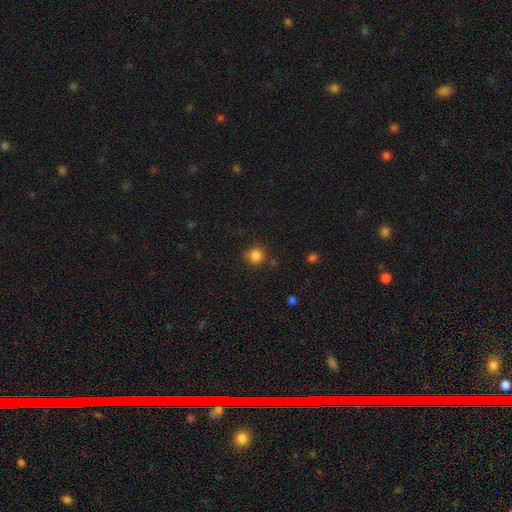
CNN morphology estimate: This appears to be a smooth galaxy with no disk features (85%) that is round (91%). Merging: none (83%).